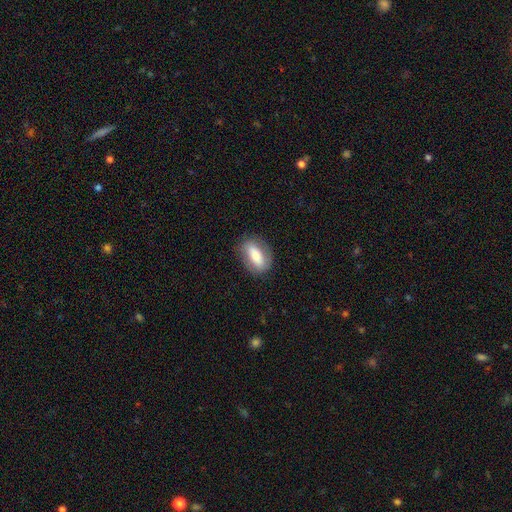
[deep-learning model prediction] Smooth or featured?
  - smooth: 63% *
  - featured or disk: 30%
  - star or artifact: 7%
How rounded?
  - in between: 84% *
  - cigar-shaped: 8%
  - round: 8%
Merging?
  - none: 79% *
  - minor disturbance: 15%
  - major disturbance: 5%
  - merger: 1%